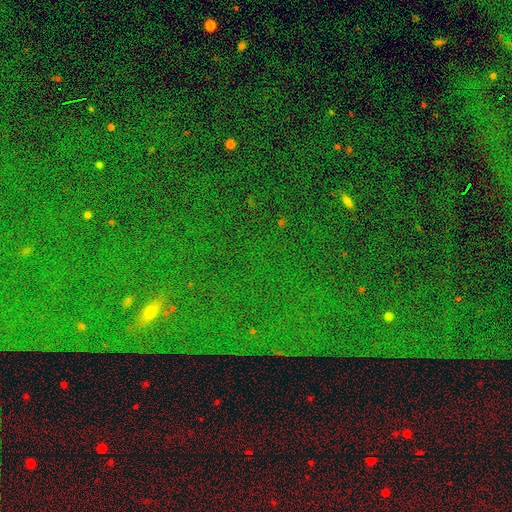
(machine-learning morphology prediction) This appears to be a star or artifact, not a galaxy (82%).